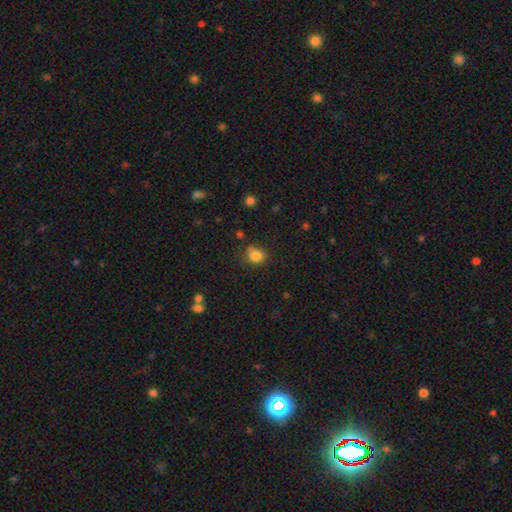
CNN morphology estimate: Smooth or featured?
  - smooth: 83% *
  - star or artifact: 12%
  - featured or disk: 5%
How rounded?
  - round: 72% *
  - in between: 27%
  - cigar-shaped: 1%
Merging?
  - none: 73% *
  - minor disturbance: 18%
  - merger: 4%
  - major disturbance: 4%